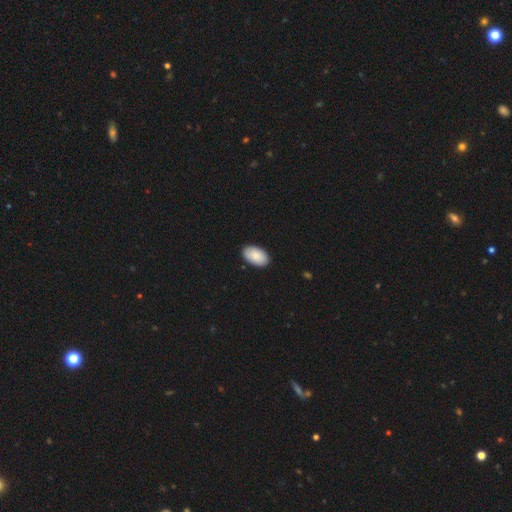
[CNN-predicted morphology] smooth-or-featured: smooth: 87% | featured or disk: 7% | star or artifact: 6%
  how-rounded: in between: 95% | round: 4% | cigar-shaped: 1%
  merging: none: 89% | minor disturbance: 8% | major disturbance: 2% | merger: 1%